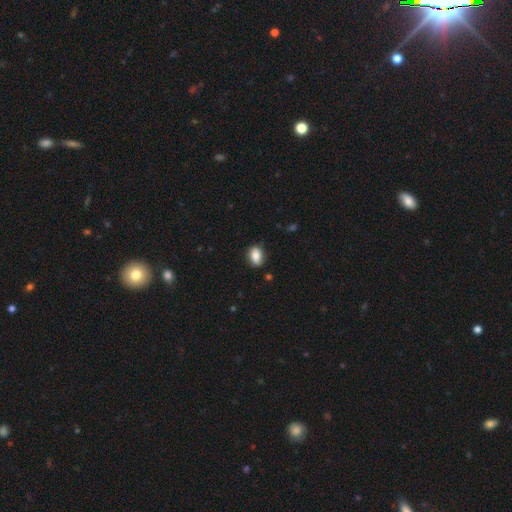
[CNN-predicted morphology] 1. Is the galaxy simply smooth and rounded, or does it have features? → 79% smooth, 13% featured or disk, 8% star or artifact.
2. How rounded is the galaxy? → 74% in between, 24% round, 2% cigar-shaped.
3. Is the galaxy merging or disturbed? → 79% none, 16% minor disturbance, 3% major disturbance, 2% merger.